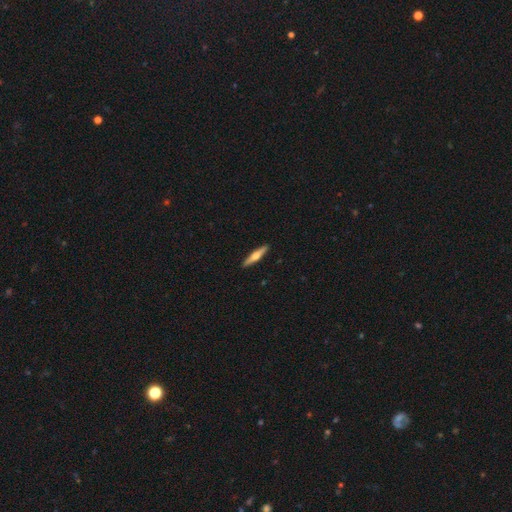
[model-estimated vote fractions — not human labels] A featured or disk galaxy (57%) viewed edge-on (97%) with a rounded central bulge (93%).

Vote fractions:
- Smooth or featured? featured or disk: 57% / smooth: 38% / star or artifact: 5%
- Edge-on disk? yes: 97% / no: 3%
- Edge-on bulge? rounded: 93% / none: 4% / boxy: 3%
- Merging? none: 92% / minor disturbance: 6% / major disturbance: 1% / merger: 1%